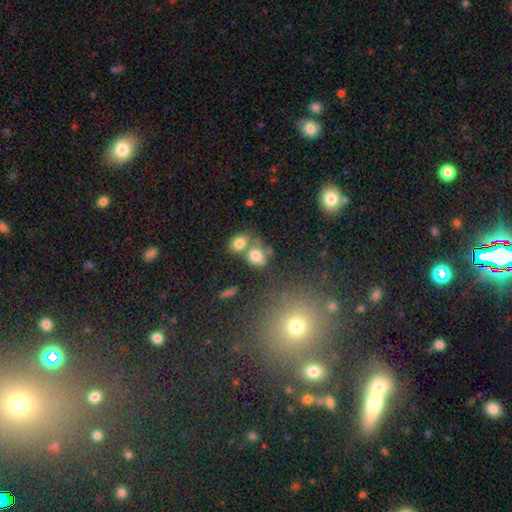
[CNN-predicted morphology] Overall: smooth (73%). How rounded: in between (60%; round 39%). Merging: merger (43%; none 39%).